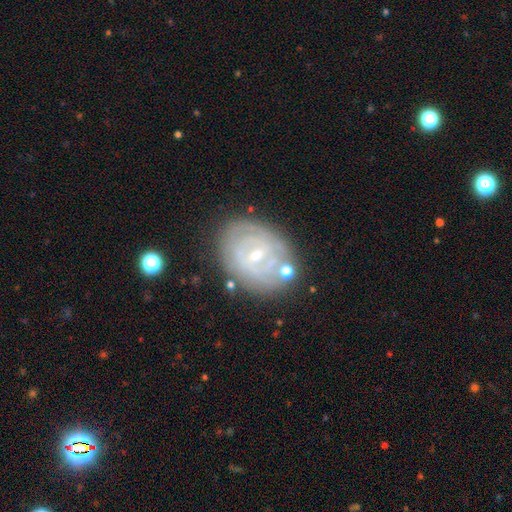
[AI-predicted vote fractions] Overall: featured or disk (77%). Edge-on disk: no (96%). Bar: weak (51%; no 31%). Spiral arms: yes (76%). Spiral arm count: can't tell (50%; 2 27%). Spiral winding: tight (74%). Bulge size: small (58%; moderate 38%). Merging: none (72%).